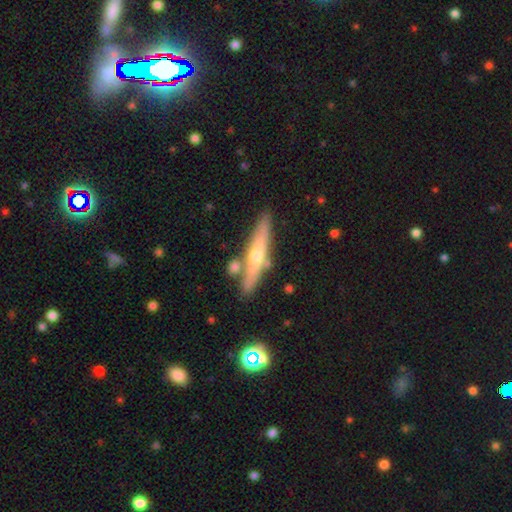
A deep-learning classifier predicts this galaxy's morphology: Smooth or featured?
  - featured or disk: 68% *
  - smooth: 24%
  - star or artifact: 8%
Edge-on disk?
  - yes: 95% *
  - no: 5%
Edge-on bulge?
  - rounded: 83% *
  - none: 13%
  - boxy: 5%
Merging?
  - none: 79% *
  - minor disturbance: 11%
  - merger: 7%
  - major disturbance: 2%